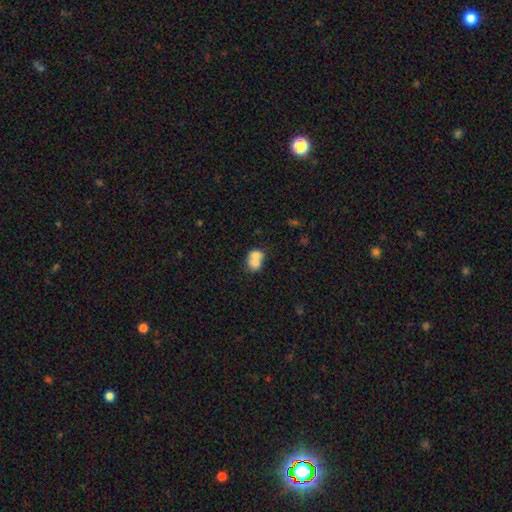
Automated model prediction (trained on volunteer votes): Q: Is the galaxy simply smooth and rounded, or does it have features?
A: smooth — 70%.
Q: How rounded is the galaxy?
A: round — 52%.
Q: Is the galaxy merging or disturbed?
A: merger — 66%.